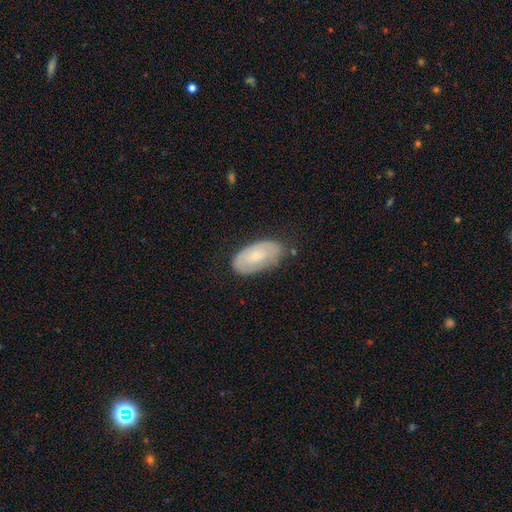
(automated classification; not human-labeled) smooth-or-featured: smooth: 57% | featured or disk: 36% | star or artifact: 7%
  how-rounded: in between: 94% | round: 3% | cigar-shaped: 3%
  merging: none: 68% | minor disturbance: 25% | major disturbance: 6% | merger: 2%